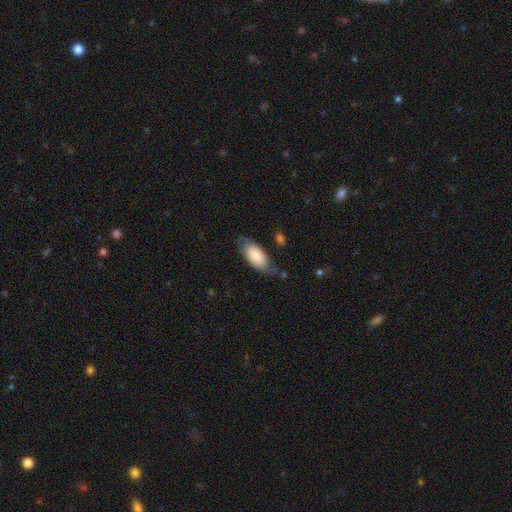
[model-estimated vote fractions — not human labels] smooth-or-featured: smooth: 68% | featured or disk: 26% | star or artifact: 6%
  how-rounded: in between: 90% | cigar-shaped: 8% | round: 2%
  merging: none: 60% | minor disturbance: 28% | major disturbance: 10% | merger: 2%